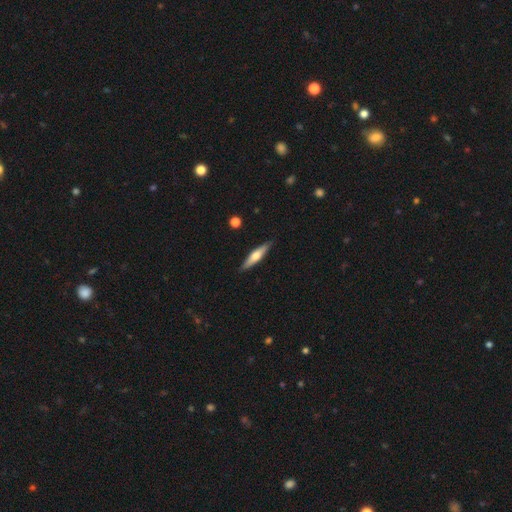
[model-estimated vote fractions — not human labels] This is possibly a smooth galaxy (48%). Merging: clearly none (88%).